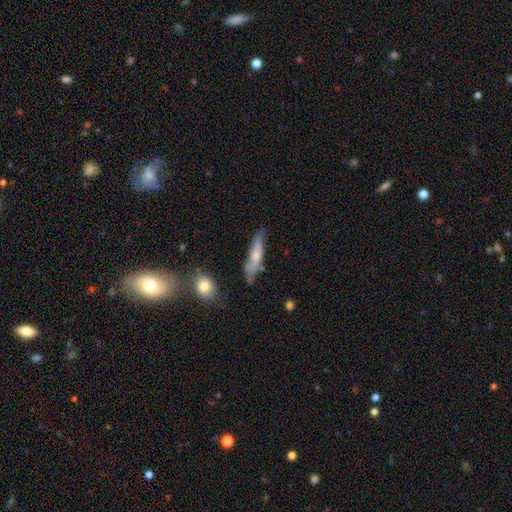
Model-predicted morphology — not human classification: Smooth or featured? smooth (53%)
How rounded? cigar-shaped (82%)
Merging? none (65%)